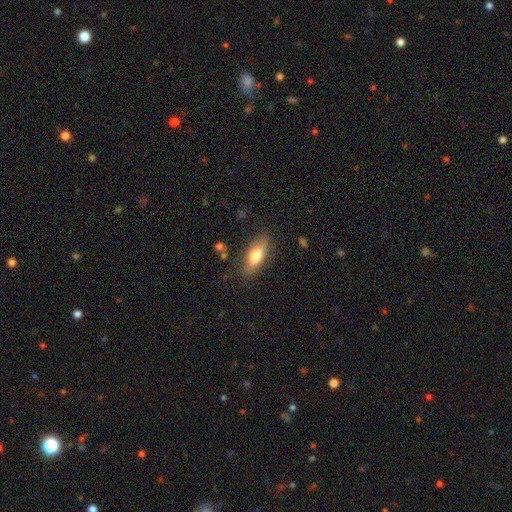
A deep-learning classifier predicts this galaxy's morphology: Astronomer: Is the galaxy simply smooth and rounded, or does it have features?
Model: smooth — 65%.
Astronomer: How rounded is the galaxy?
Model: in between — 64%.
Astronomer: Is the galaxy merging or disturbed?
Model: none — 82%.